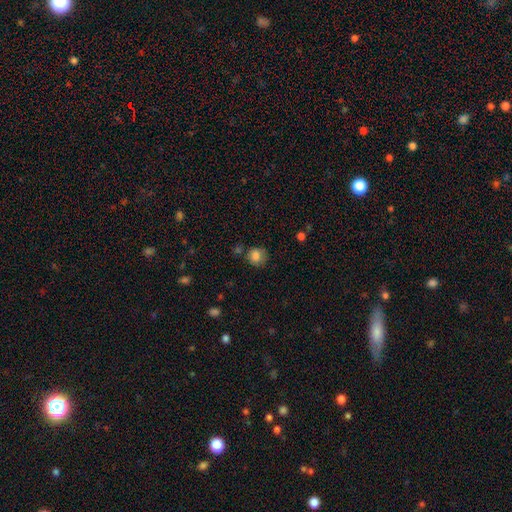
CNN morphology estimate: Smooth or featured? smooth (82%)
How rounded? round (80%)
Merging? none (70%)